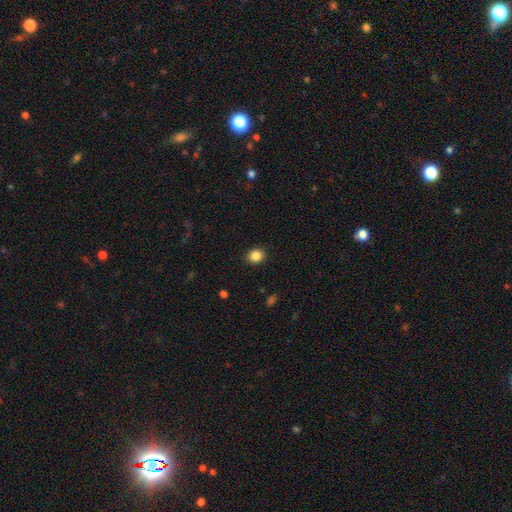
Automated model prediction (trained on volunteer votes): smooth 85%, star or artifact 10%, featured or disk 4%. Down the decision tree: how rounded — round (76%); merging — none (90%).